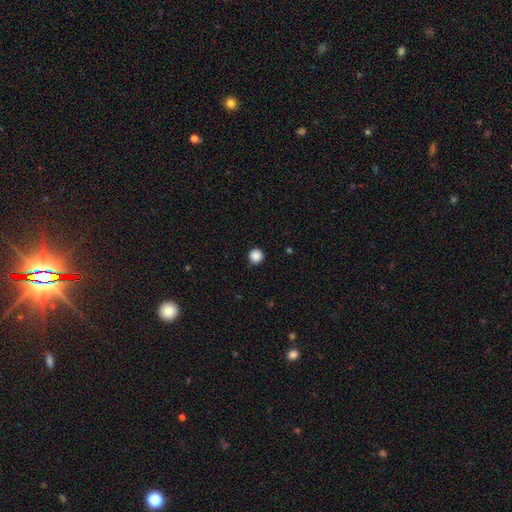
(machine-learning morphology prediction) A smooth galaxy with no disk features (88%) that is round (96%).

Vote fractions:
- Smooth or featured? smooth: 88% / star or artifact: 10% / featured or disk: 2%
- How rounded? round: 96% / in between: 3% / cigar-shaped: 1%
- Merging? none: 92% / minor disturbance: 6% / major disturbance: 2% / merger: 1%